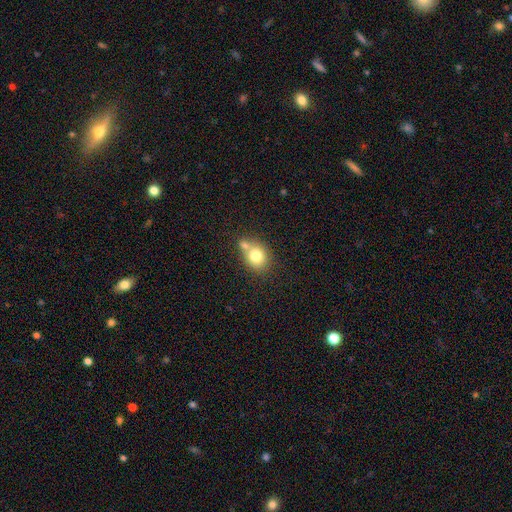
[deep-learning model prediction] Morphology: type=smooth (77%); roundness=round (64%); merging=none (45%).